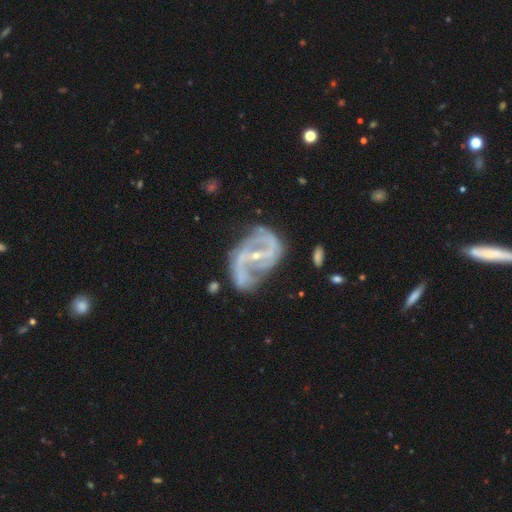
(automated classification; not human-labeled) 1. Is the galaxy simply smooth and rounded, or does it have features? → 88% featured or disk, 6% star or artifact, 6% smooth.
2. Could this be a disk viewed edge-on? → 97% no, 3% yes.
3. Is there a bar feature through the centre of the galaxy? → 37% weak (tied), 37% strong (tied), 26% no.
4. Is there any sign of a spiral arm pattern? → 92% yes, 8% no.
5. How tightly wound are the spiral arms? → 46% medium, 32% loose, 23% tight.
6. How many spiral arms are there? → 75% 2, 8% can't tell, 8% 1, 5% 3, 2% 4, 2% more than 4.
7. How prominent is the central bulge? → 77% small, 19% moderate, 3% none, 1% large, 1% dominant.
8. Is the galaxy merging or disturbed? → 47% none, 27% minor disturbance, 21% major disturbance, 5% merger.